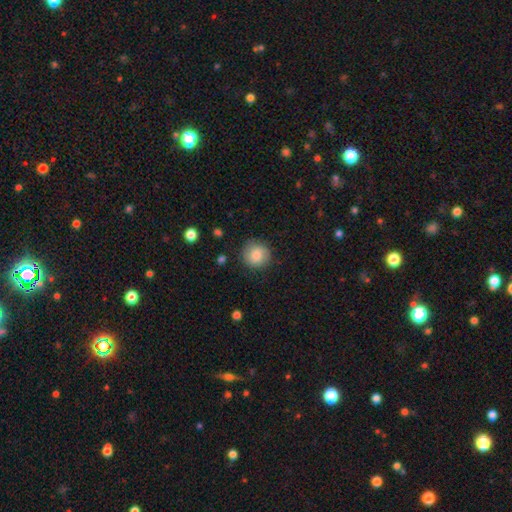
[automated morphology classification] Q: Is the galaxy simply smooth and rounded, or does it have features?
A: smooth — 82%.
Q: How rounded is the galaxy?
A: round — 92%.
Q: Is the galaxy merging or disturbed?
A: none — 85%.